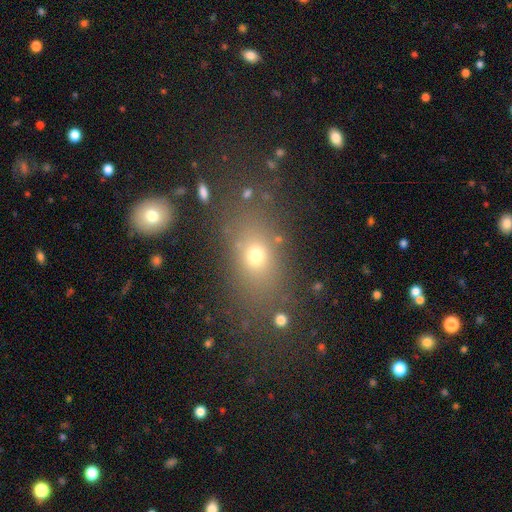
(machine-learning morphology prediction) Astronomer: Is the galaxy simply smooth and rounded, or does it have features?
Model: smooth — 68%.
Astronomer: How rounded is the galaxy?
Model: in between — 65%.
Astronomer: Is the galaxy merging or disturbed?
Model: none — 75%.